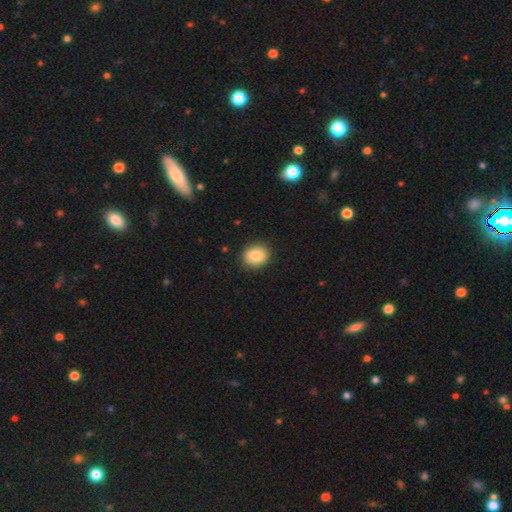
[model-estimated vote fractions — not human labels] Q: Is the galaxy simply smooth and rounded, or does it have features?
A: smooth — 85%.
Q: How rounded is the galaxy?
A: round — 60%.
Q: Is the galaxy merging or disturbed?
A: none — 89%.